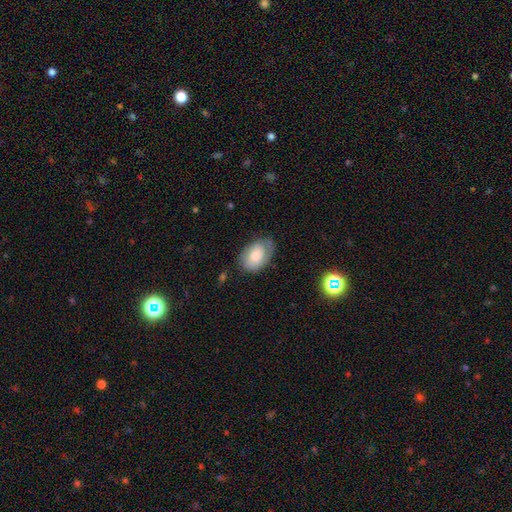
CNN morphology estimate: Smooth or featured?
  - smooth: 68% *
  - featured or disk: 25%
  - star or artifact: 7%
How rounded?
  - in between: 88% *
  - round: 11%
  - cigar-shaped: 1%
Merging?
  - none: 64% *
  - minor disturbance: 26%
  - major disturbance: 8%
  - merger: 2%